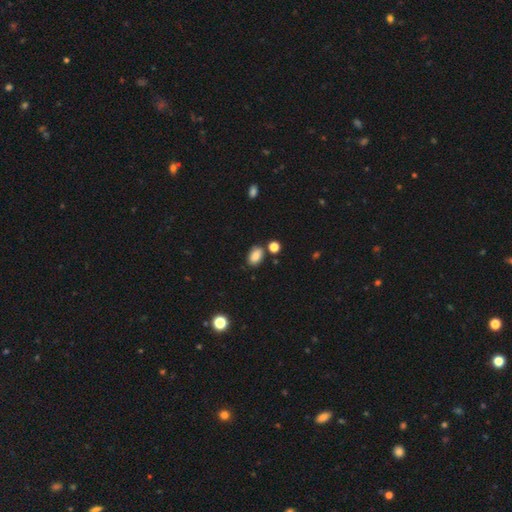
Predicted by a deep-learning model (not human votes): A smooth galaxy with no disk features (86%) that is in between round and cigar-shaped (86%).

Vote fractions:
- Smooth or featured? smooth: 86% / star or artifact: 10% / featured or disk: 5%
- How rounded? in between: 86% / round: 13% / cigar-shaped: 1%
- Merging? none: 76% / minor disturbance: 13% / merger: 8% / major disturbance: 3%